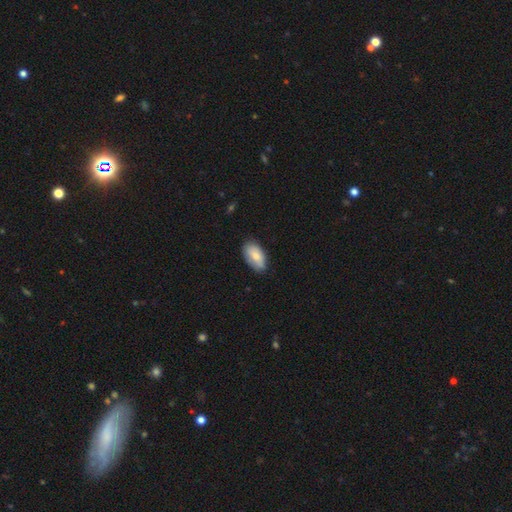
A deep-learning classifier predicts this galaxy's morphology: smooth_or_featured: smooth (p=0.79) [alt: featured or disk p=0.15]
how_rounded: in between (p=0.94) [alt: round p=0.03]
merging: none (p=0.76) [alt: minor disturbance p=0.20]